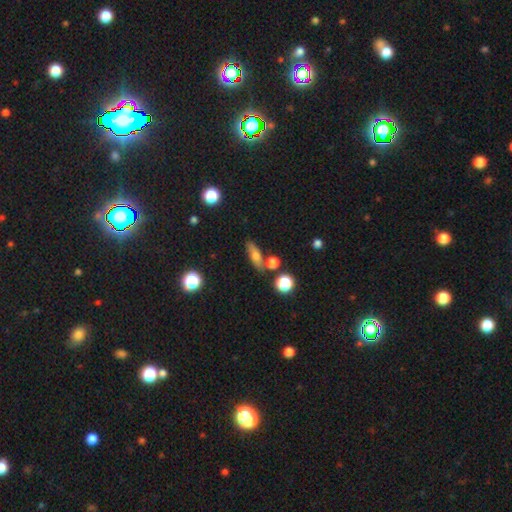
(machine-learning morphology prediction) The model was most divided on "how rounded": in between: 52%, cigar-shaped: 37%, round: 10%. More confident: merging — none (69%); smooth or featured — smooth (66%).